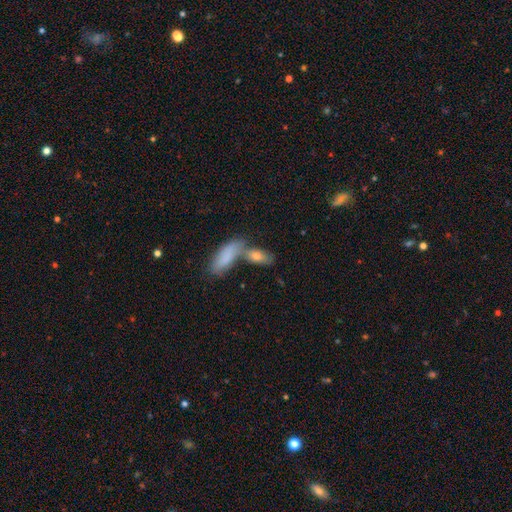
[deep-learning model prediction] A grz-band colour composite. It shows a smooth galaxy with no disk features (72%) that is in between round and cigar-shaped (68%). Merging: merger (45%).